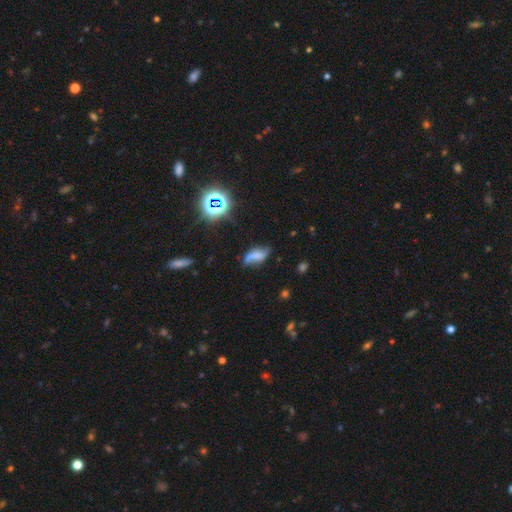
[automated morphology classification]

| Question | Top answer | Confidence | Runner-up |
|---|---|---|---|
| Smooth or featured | featured or disk | 50% | smooth (34%) |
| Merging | none | 53% | minor disturbance (28%) |